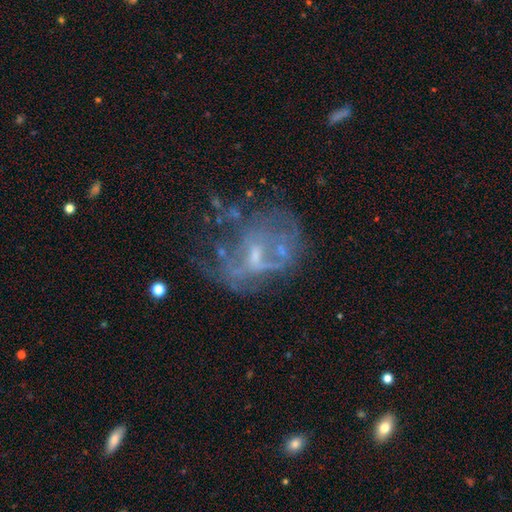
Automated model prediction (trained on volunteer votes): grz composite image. It shows a featured or disk galaxy (65%) with no bar (63%), no spiral arms (71%) and a small central bulge (49%). Merging: none (37%).